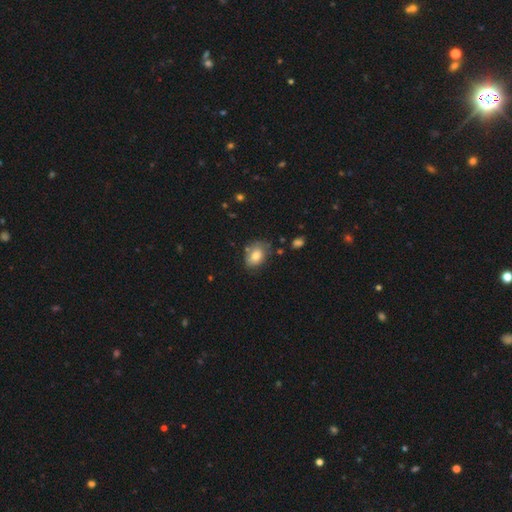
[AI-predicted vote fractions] Smooth or featured? smooth (78%)
How rounded? in between (74%)
Merging? none (63%)